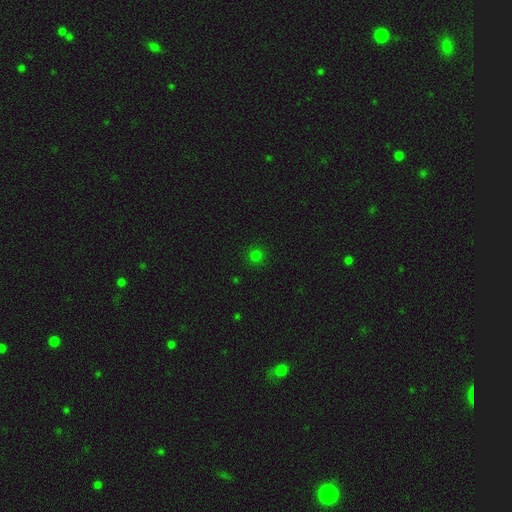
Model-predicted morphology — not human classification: type=smooth (76%); roundness=round (93%); merging=none (90%).